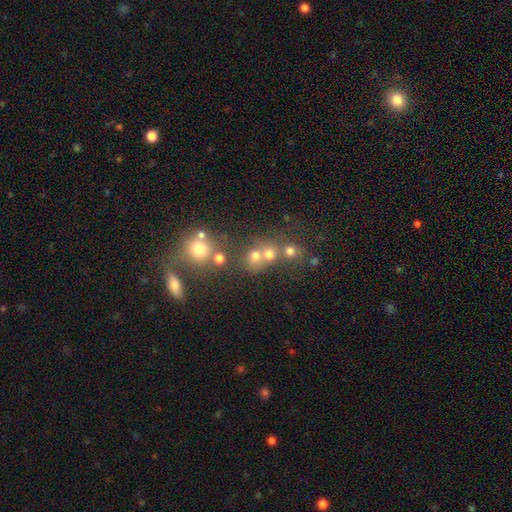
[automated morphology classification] Smooth or featured?
  - smooth: 69% *
  - star or artifact: 20%
  - featured or disk: 11%
How rounded?
  - round: 82% *
  - in between: 17%
  - cigar-shaped: 1%
Merging?
  - none: 55% *
  - merger: 33%
  - minor disturbance: 8%
  - major disturbance: 4%